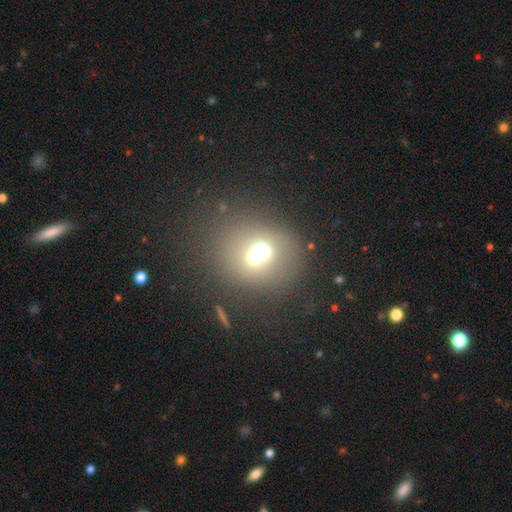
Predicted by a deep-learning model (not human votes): Q: Smooth or featured?
A: smooth (54%); runner-up: featured or disk (27%)
Q: How rounded?
A: round (64%); runner-up: in between (35%)
Q: Merging?
A: merger (42%); tied with: none (42%)